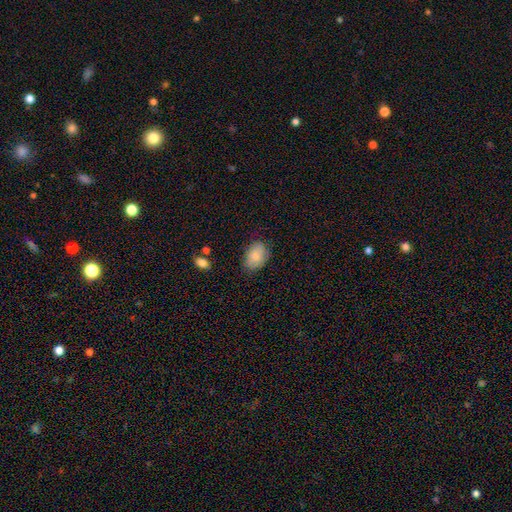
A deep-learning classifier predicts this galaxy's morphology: The model was most divided on "merging": none: 75%, minor disturbance: 20%, major disturbance: 4%, merger: 1%. More confident: how rounded — in between (83%); smooth or featured — smooth (81%).